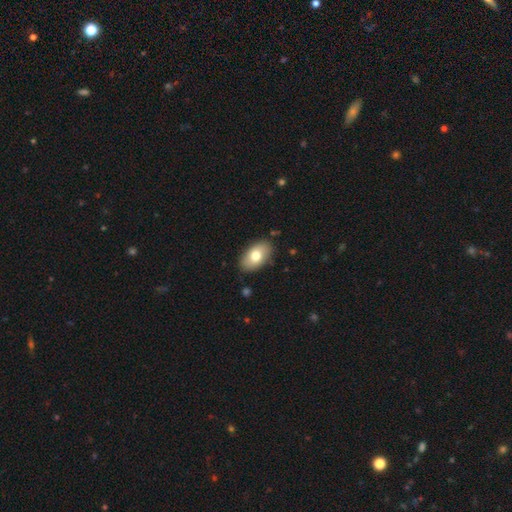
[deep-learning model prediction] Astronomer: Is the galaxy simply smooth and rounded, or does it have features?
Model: smooth — 75%.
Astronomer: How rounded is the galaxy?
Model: in between — 93%.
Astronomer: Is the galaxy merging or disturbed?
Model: none — 86%.